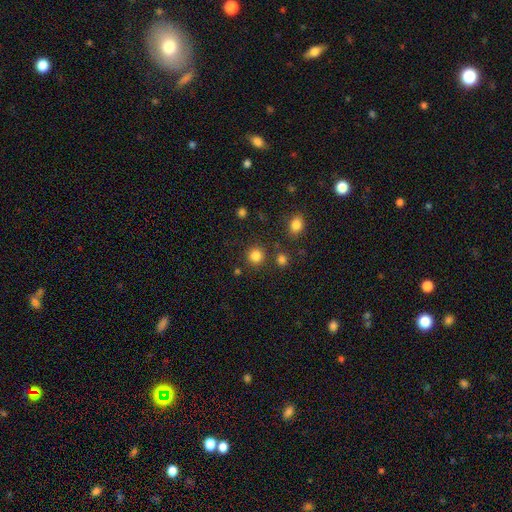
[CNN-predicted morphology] The model was most divided on "smooth or featured": smooth: 83%, star or artifact: 13%, featured or disk: 4%. More confident: how rounded — round (91%); merging — none (84%).